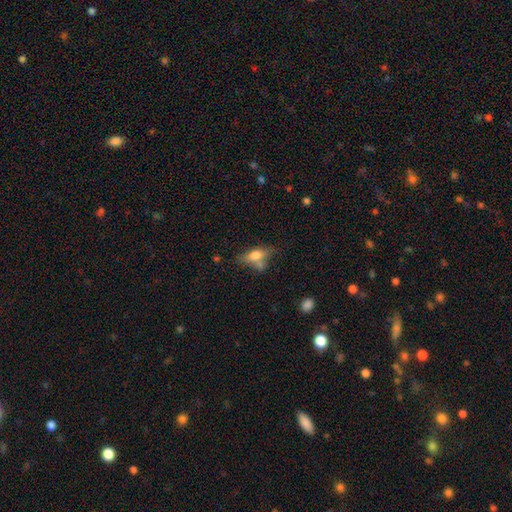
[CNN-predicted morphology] A smooth galaxy with no disk features (64%) that is in between round and cigar-shaped (73%).

Vote fractions:
- Smooth or featured? smooth: 64% / featured or disk: 26% / star or artifact: 10%
- How rounded? in between: 73% / cigar-shaped: 20% / round: 7%
- Merging? none: 43% / minor disturbance: 23% / merger: 21% / major disturbance: 14%